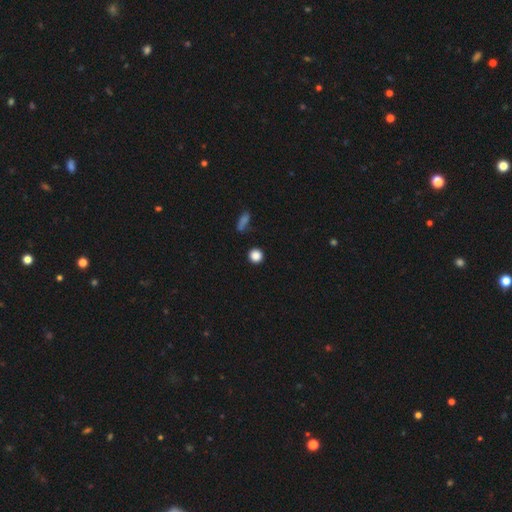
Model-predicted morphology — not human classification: smooth 85%, star or artifact 11%, featured or disk 3%. Down the decision tree: how rounded — round (92%); merging — none (89%).